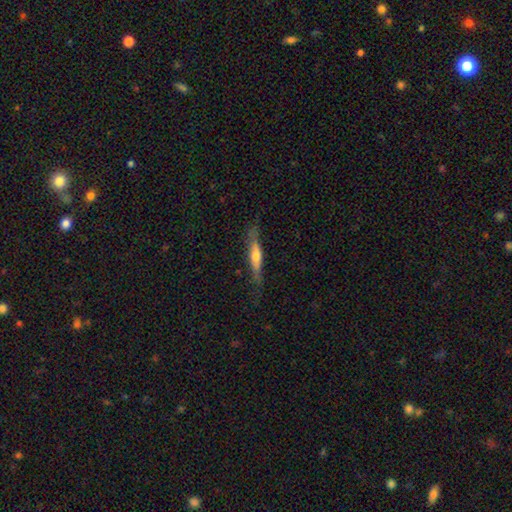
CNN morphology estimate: Smooth or featured? featured or disk (53%)
Edge-on disk? yes (92%)
Merging? none (76%)